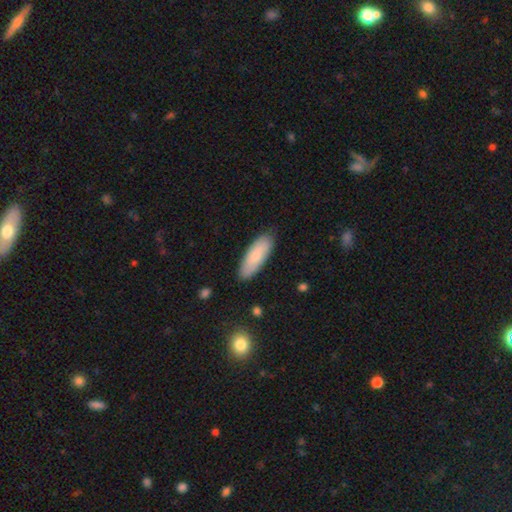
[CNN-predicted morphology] type=smooth (84%); roundness=in between (63%); merging=none (85%).